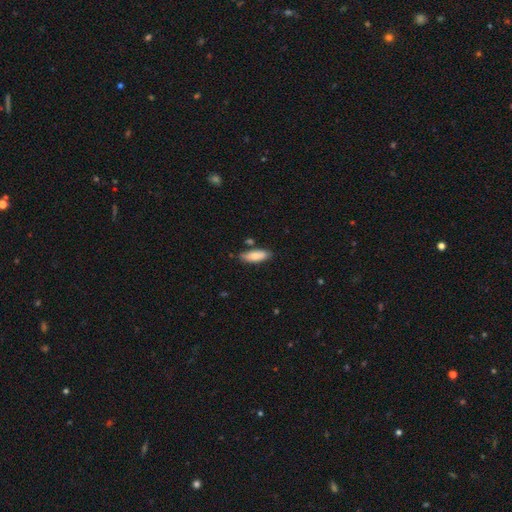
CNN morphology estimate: Smooth or featured?
  - smooth: 81% *
  - featured or disk: 12%
  - star or artifact: 6%
How rounded?
  - in between: 64% *
  - cigar-shaped: 34%
  - round: 2%
Merging?
  - none: 76% *
  - minor disturbance: 16%
  - merger: 5%
  - major disturbance: 3%